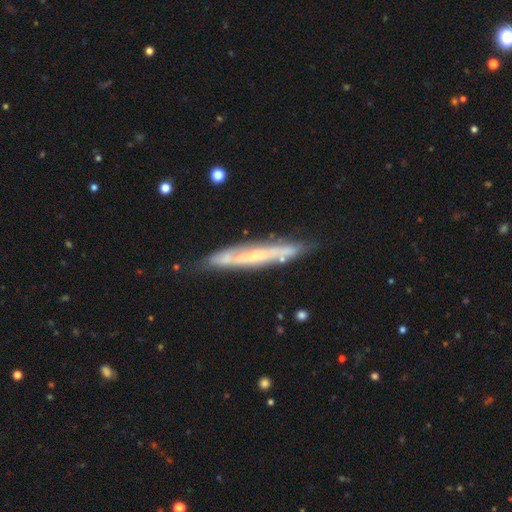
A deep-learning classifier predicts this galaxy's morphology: This is likely a featured or disk galaxy (71%). It is likely viewed edge-on (68%). Merging: likely none (76%).